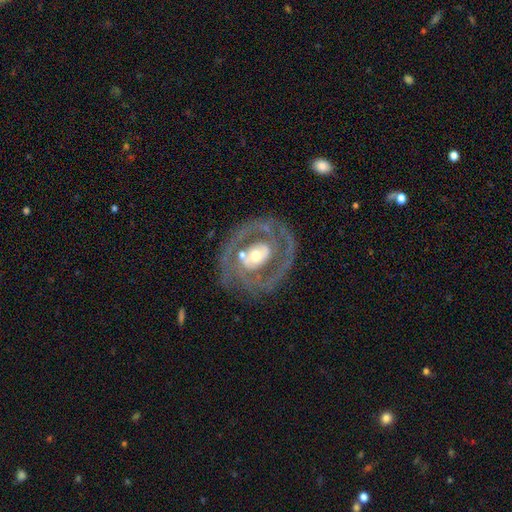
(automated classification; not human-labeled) smooth_or_featured: featured or disk (p=0.82) [alt: smooth p=0.13]
disk_edge_on: no (p=0.96) [alt: yes p=0.04]
bar: no (p=0.57) [alt: weak p=0.27]
has_spiral_arms: yes (p=0.72) [alt: no p=0.28]
spiral_winding: tight (p=0.55) [alt: medium p=0.33]
spiral_arm_count: 2 (p=0.55) [alt: can't tell p=0.21]
bulge_size: moderate (p=0.59) [alt: small p=0.23]
merging: none (p=0.72) [alt: minor disturbance p=0.15]